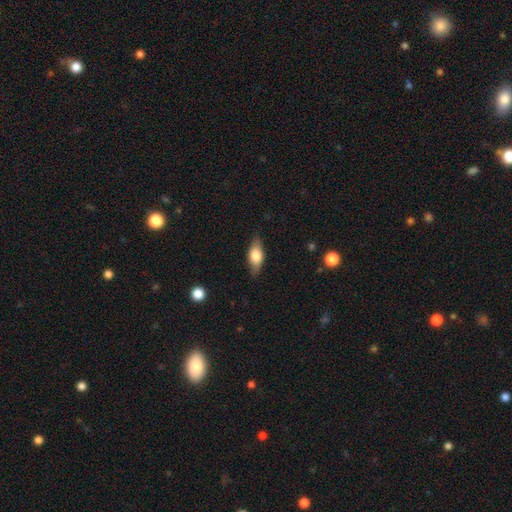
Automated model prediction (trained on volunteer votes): Smooth or featured: smooth — 66% (featured or disk — 27%)
How rounded: in between — 77% (cigar-shaped — 19%)
Merging: none — 81% (minor disturbance — 15%)